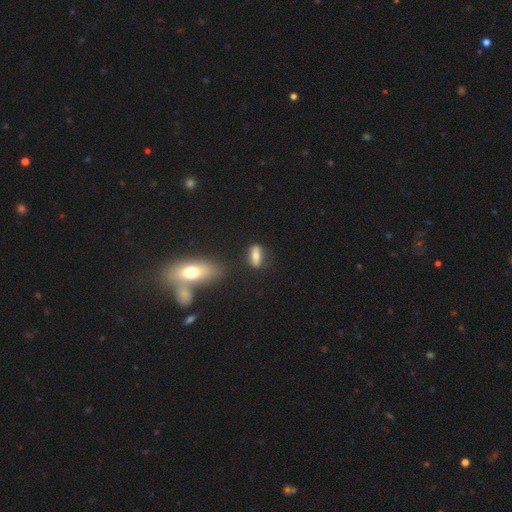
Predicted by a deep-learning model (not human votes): Smooth or featured? Predicted: smooth (p=0.64). How rounded? Predicted: in between (p=0.58). Merging? Predicted: none (p=0.76).